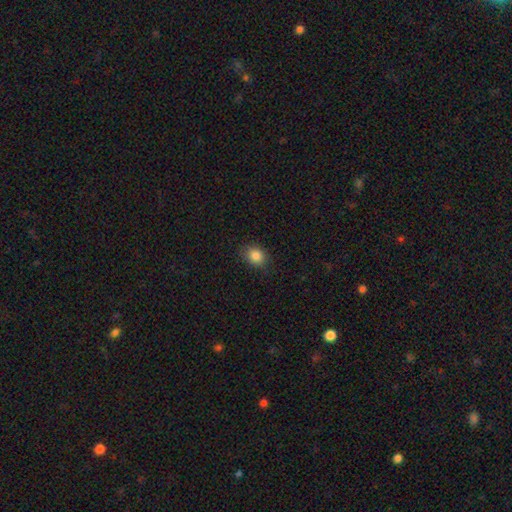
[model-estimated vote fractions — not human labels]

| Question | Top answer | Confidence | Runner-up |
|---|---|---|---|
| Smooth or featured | smooth | 85% | star or artifact (10%) |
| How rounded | round | 51% | in between (48%) |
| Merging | none | 85% | minor disturbance (11%) |